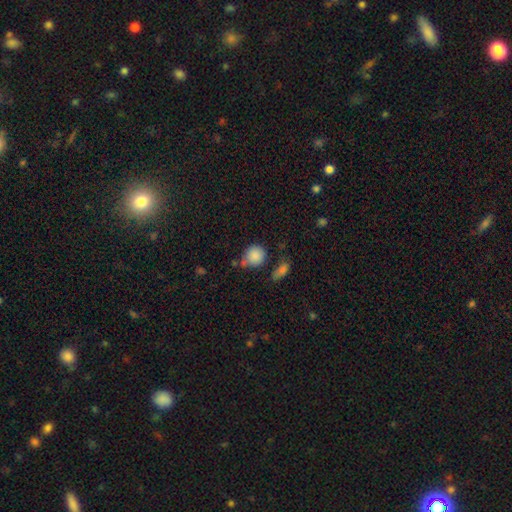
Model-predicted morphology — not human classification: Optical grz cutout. It shows a smooth galaxy with no disk features (86%) that is round (80%). Merging: none (58%).